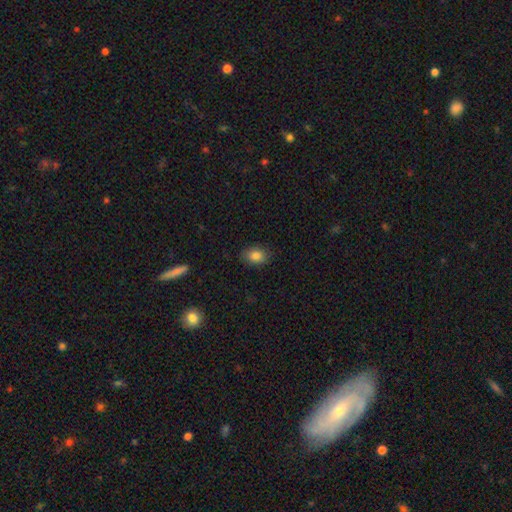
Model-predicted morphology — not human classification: The model was most divided on "how rounded": in between: 79%, round: 19%, cigar-shaped: 1%. More confident: smooth or featured — smooth (85%); merging — none (82%).